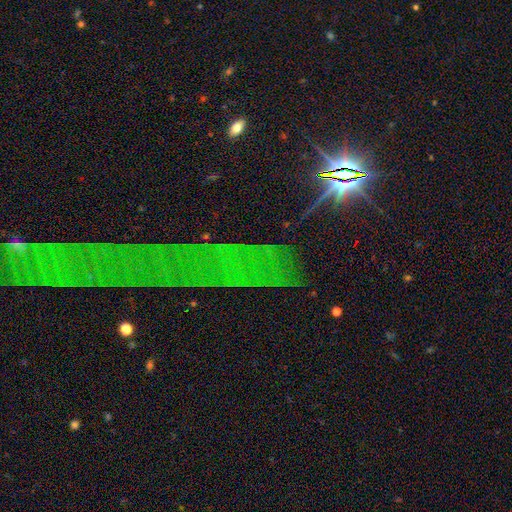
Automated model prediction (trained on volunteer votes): A star or artifact, not a galaxy (79%).

Vote fractions:
- Smooth or featured? star or artifact: 79% / featured or disk: 10% / smooth: 10%